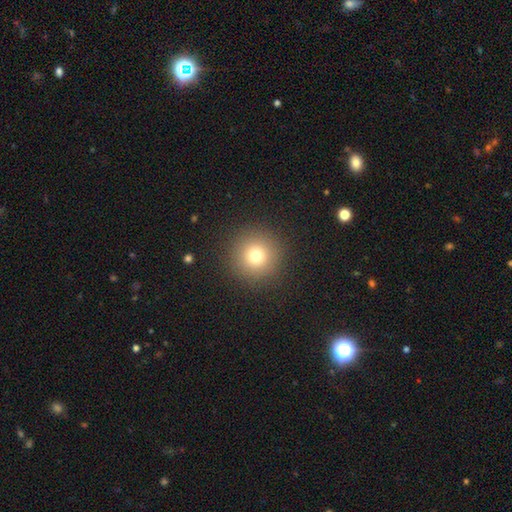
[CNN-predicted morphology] A smooth galaxy with no disk features (75%) that is round (96%).

Vote fractions:
- Smooth or featured? smooth: 75% / star or artifact: 15% / featured or disk: 9%
- How rounded? round: 96% / in between: 3% / cigar-shaped: 1%
- Merging? none: 91% / minor disturbance: 5% / major disturbance: 3% / merger: 1%